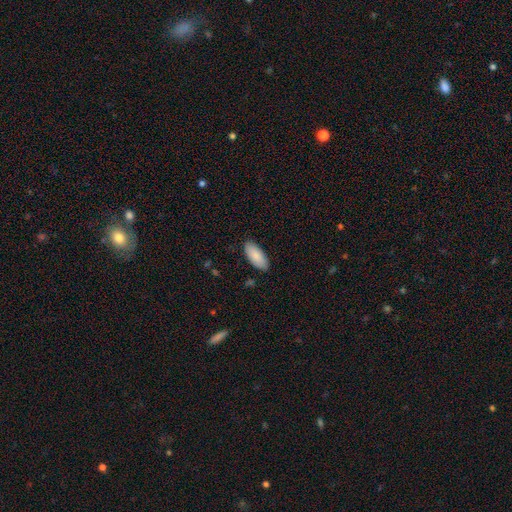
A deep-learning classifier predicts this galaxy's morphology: This appears to be a smooth galaxy with no disk features (88%) that is in between round and cigar-shaped (89%). Merging: none (87%).